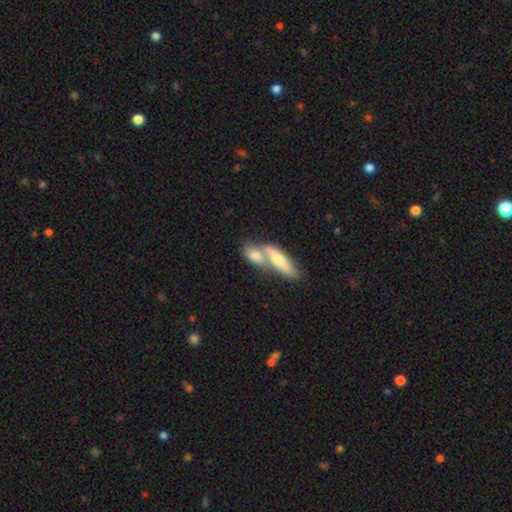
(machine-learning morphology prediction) Q: Smooth or featured?
A: smooth (66%); runner-up: featured or disk (27%)
Q: How rounded?
A: in between (69%); runner-up: cigar-shaped (24%)
Q: Merging?
A: merger (68%); runner-up: none (21%)